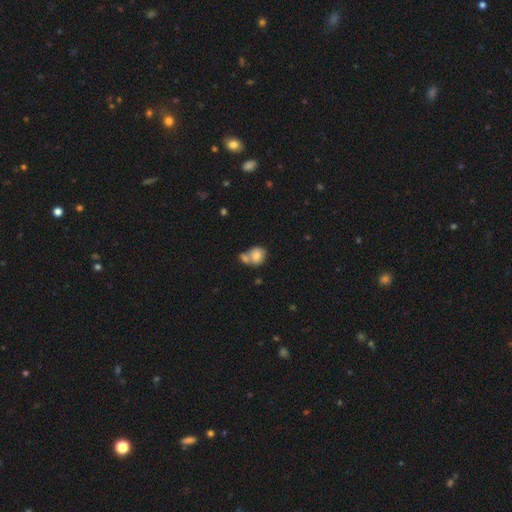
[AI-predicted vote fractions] Q: Smooth or featured?
A: smooth (75%); runner-up: featured or disk (17%)
Q: How rounded?
A: round (55%); runner-up: in between (43%)
Q: Merging?
A: merger (55%); runner-up: none (30%)